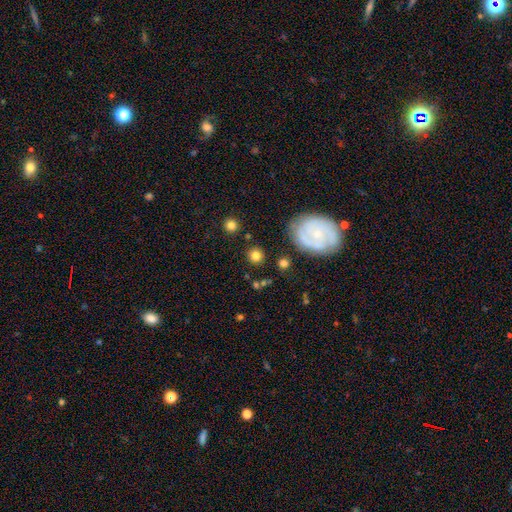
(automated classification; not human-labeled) Smooth or featured?
  - smooth: 78% *
  - featured or disk: 12%
  - star or artifact: 10%
How rounded?
  - round: 91% *
  - in between: 8%
  - cigar-shaped: 1%
Merging?
  - none: 87% *
  - minor disturbance: 8%
  - major disturbance: 3%
  - merger: 3%